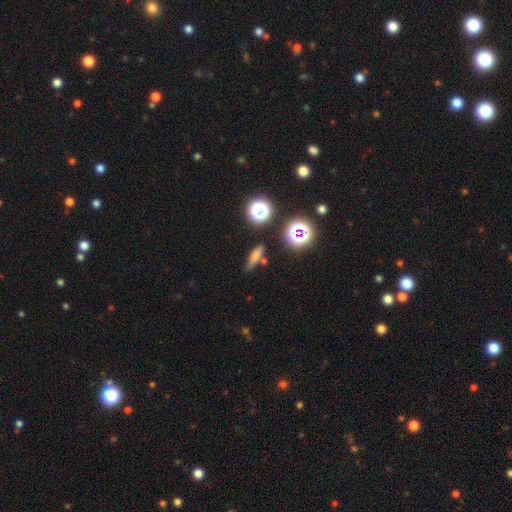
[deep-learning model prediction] The model was most divided on "how rounded": cigar-shaped: 53%, in between: 34%, round: 13%. More confident: merging — none (75%); smooth or featured — smooth (64%).